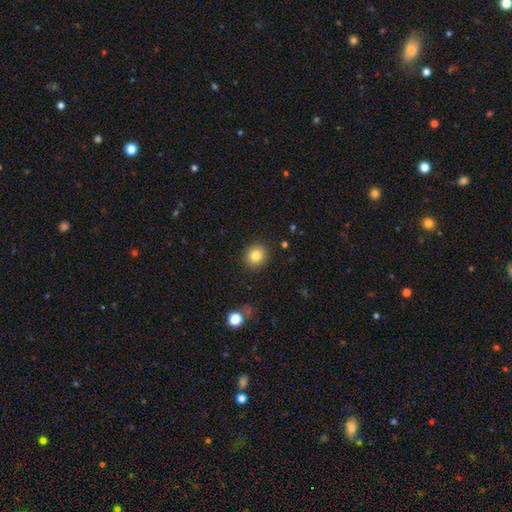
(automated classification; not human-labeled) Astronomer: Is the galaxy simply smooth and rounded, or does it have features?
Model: smooth — 82%.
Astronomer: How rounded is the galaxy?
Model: round — 83%.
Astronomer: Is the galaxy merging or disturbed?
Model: none — 89%.